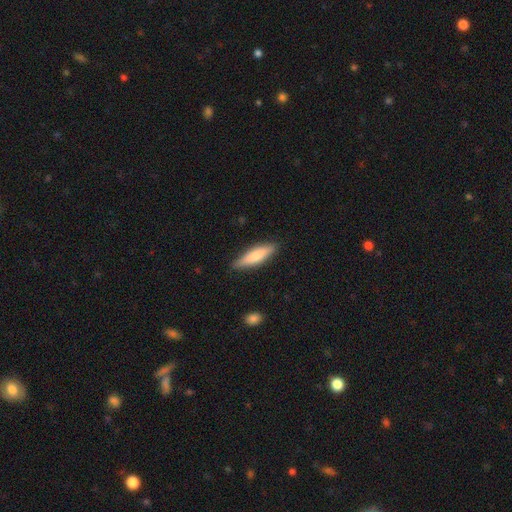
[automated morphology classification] smooth 72%, featured or disk 23%, star or artifact 6%. Down the decision tree: how rounded — cigar-shaped (71%); merging — none (85%).